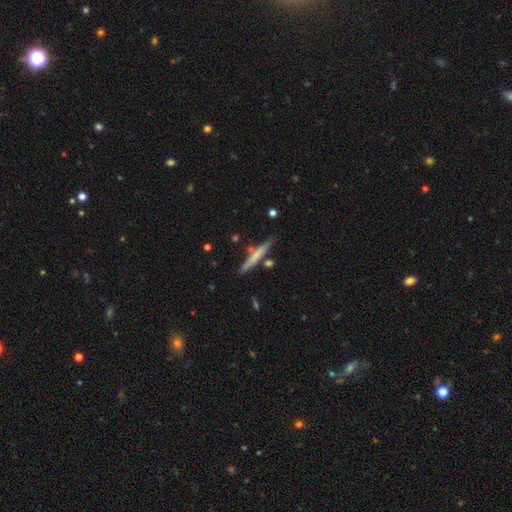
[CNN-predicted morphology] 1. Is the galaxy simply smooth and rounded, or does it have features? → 61% smooth, 33% featured or disk, 6% star or artifact.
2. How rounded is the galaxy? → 94% cigar-shaped, 4% in between, 2% round.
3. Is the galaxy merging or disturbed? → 79% none, 12% minor disturbance, 6% merger, 2% major disturbance.